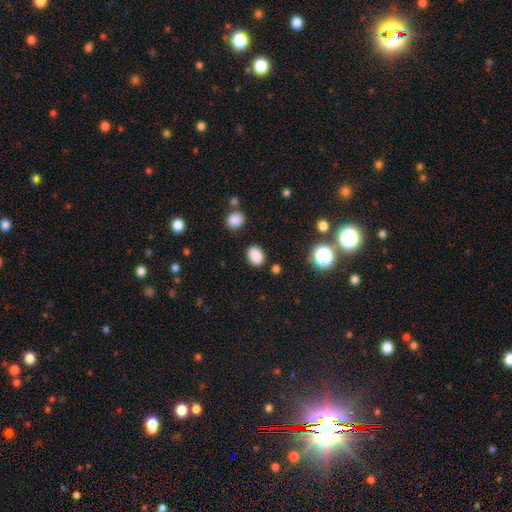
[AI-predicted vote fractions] This appears to be a smooth galaxy with no disk features (85%) that is in between round and cigar-shaped (67%). Merging: none (84%).